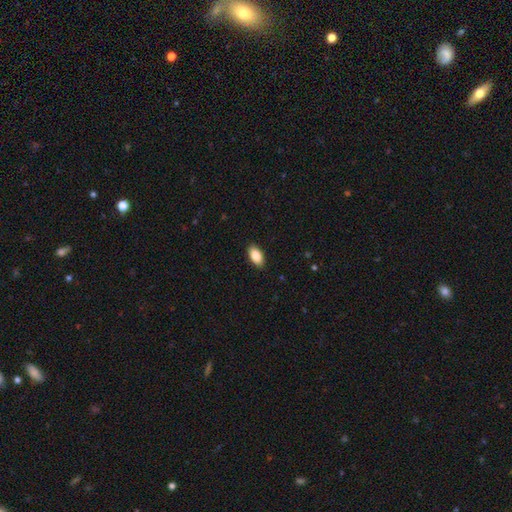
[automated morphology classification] type=smooth (88%); roundness=in between (93%); merging=none (89%).